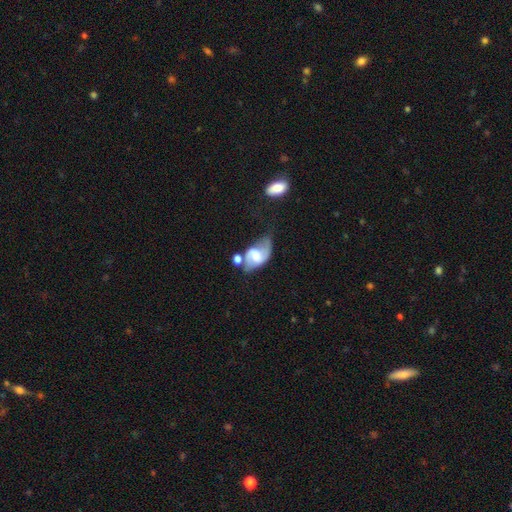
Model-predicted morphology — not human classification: This appears to be a featured or disk galaxy (69%) with a weak bar (45%), 2 (82%) medium (42%) spiral arms (88%) and a moderate central bulge (33%). Merging: none (32%).